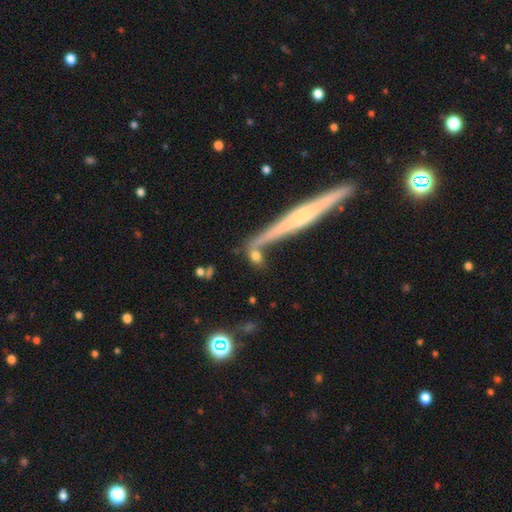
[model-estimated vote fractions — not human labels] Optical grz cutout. It shows a smooth galaxy with no disk features (71%) that is in between round and cigar-shaped (41%). Merging: none (58%).